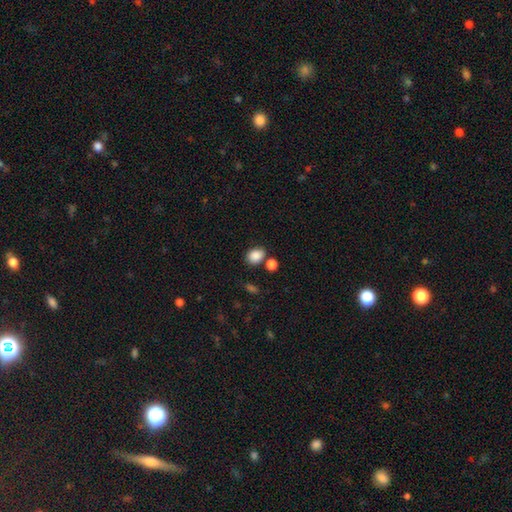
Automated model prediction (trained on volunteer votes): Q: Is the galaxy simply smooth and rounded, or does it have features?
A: smooth — 86%.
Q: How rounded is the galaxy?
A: in between — 65%.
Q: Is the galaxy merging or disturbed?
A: none — 70%.